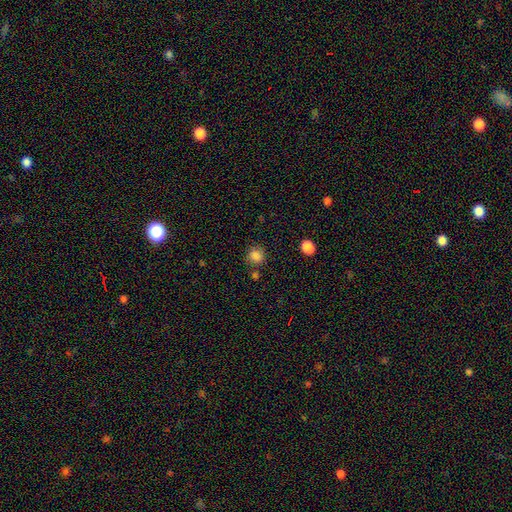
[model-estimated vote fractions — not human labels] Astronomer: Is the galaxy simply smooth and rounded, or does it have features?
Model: smooth — 84%.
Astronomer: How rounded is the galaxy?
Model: round — 82%.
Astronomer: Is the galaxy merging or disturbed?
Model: none — 77%.